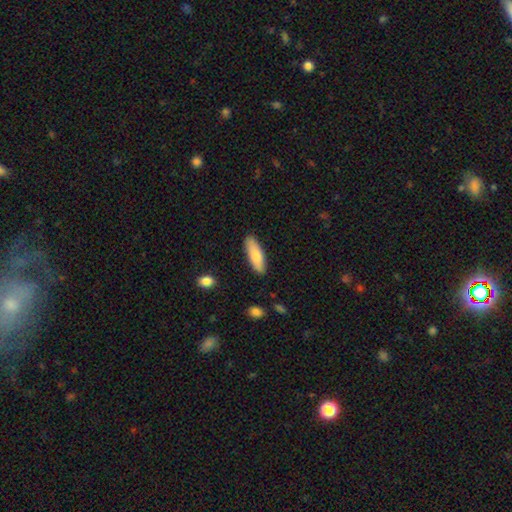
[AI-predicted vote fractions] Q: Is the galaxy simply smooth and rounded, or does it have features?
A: smooth — 80%.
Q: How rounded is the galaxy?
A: in between — 52%.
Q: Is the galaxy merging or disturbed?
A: none — 86%.